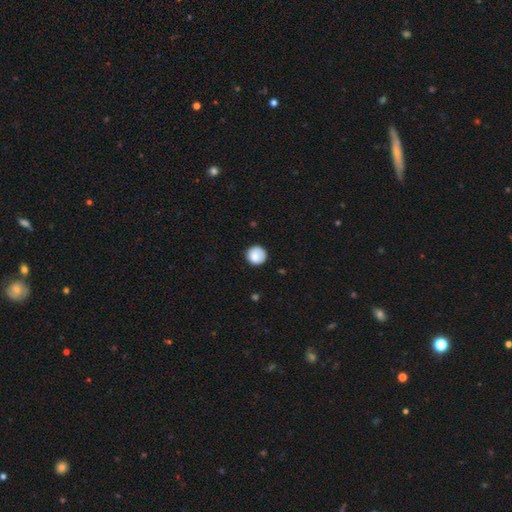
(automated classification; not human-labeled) smooth-or-featured: smooth: 85% | star or artifact: 8% | featured or disk: 7%
  how-rounded: round: 94% | in between: 5% | cigar-shaped: 1%
  merging: none: 84% | minor disturbance: 12% | major disturbance: 3% | merger: 1%